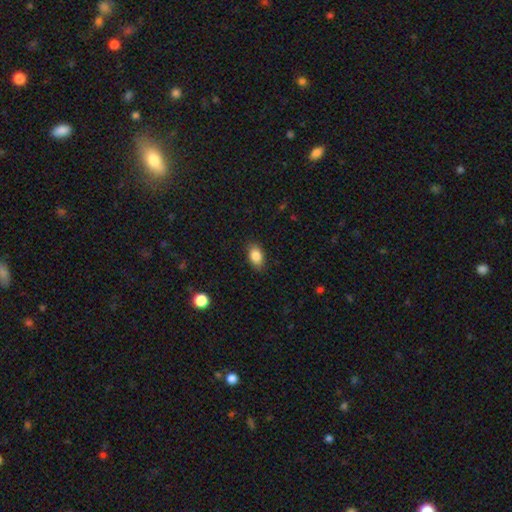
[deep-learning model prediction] Smooth or featured? smooth (86%)
How rounded? in between (86%)
Merging? none (85%)